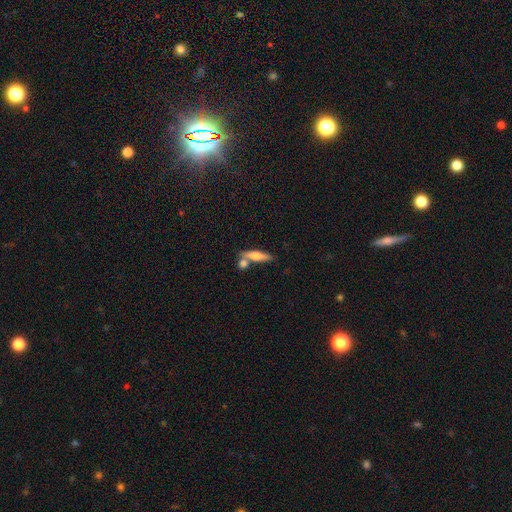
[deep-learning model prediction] Morphology: type=smooth (60%); roundness=cigar-shaped (74%); merging=none (60%).